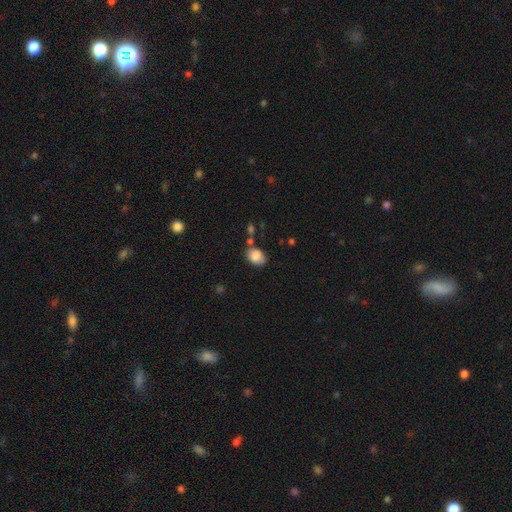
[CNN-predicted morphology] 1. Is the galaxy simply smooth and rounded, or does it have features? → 83% smooth, 9% featured or disk, 8% star or artifact.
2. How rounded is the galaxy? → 72% in between, 27% round, 1% cigar-shaped.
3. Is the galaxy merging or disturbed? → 62% none, 21% minor disturbance, 12% merger, 5% major disturbance.